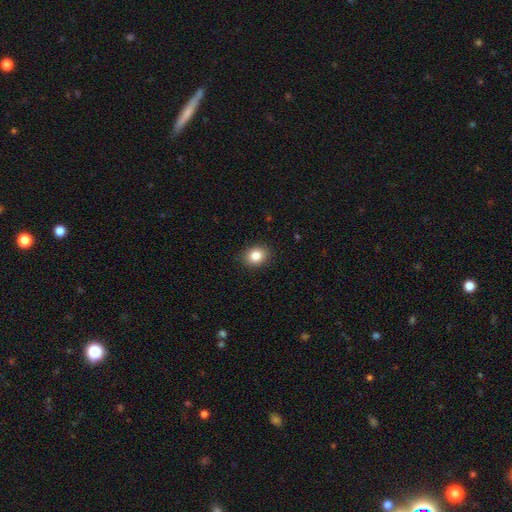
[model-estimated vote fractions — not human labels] Smooth or featured? Predicted: smooth (p=0.84). How rounded? Predicted: round (p=0.54). Merging? Predicted: none (p=0.89).